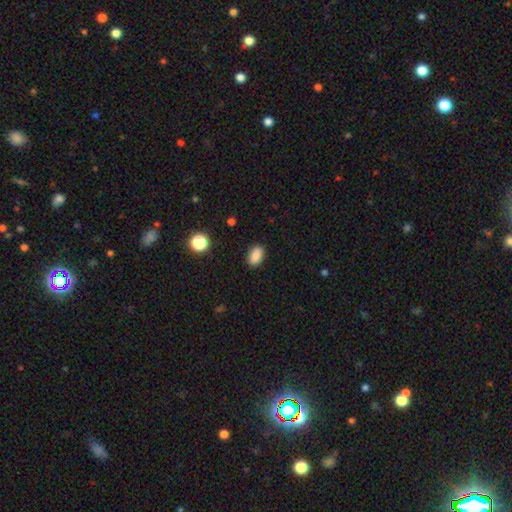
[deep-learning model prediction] Q: Smooth or featured?
A: smooth (87%); runner-up: star or artifact (9%)
Q: How rounded?
A: in between (89%); runner-up: round (9%)
Q: Merging?
A: none (87%); runner-up: minor disturbance (9%)